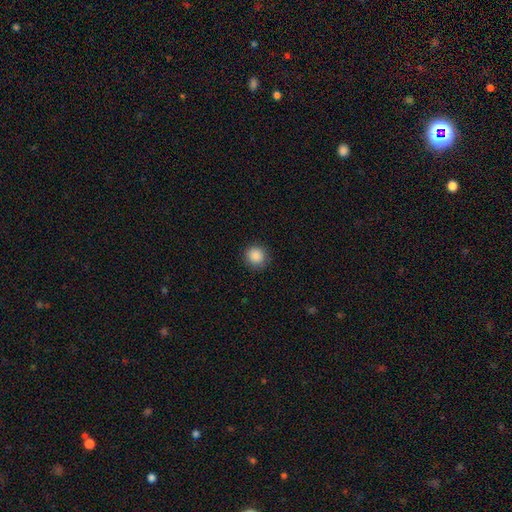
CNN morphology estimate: Q: Smooth or featured?
A: smooth (87%); runner-up: star or artifact (9%)
Q: How rounded?
A: round (92%); runner-up: in between (7%)
Q: Merging?
A: none (88%); runner-up: minor disturbance (8%)